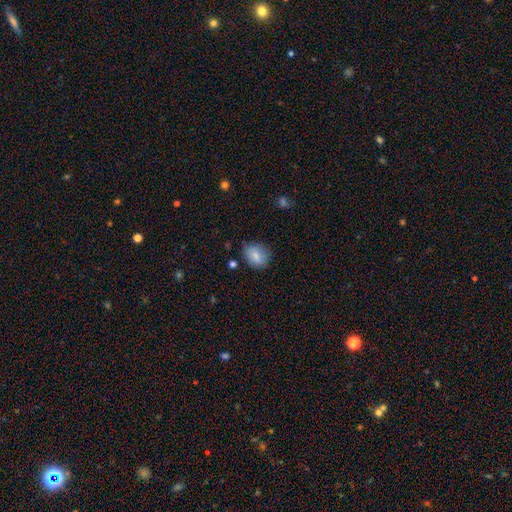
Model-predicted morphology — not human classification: The model was most divided on "how rounded": in between: 53%, round: 46%, cigar-shaped: 1%. More confident: smooth or featured — smooth (78%); merging — none (70%).